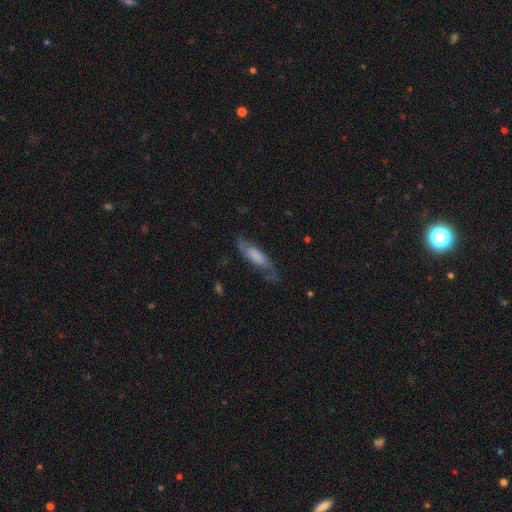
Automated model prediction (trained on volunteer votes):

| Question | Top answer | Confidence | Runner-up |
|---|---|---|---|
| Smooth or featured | featured or disk | 58% | smooth (35%) |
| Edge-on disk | no | 76% | yes (24%) |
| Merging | none | 60% | minor disturbance (23%) |